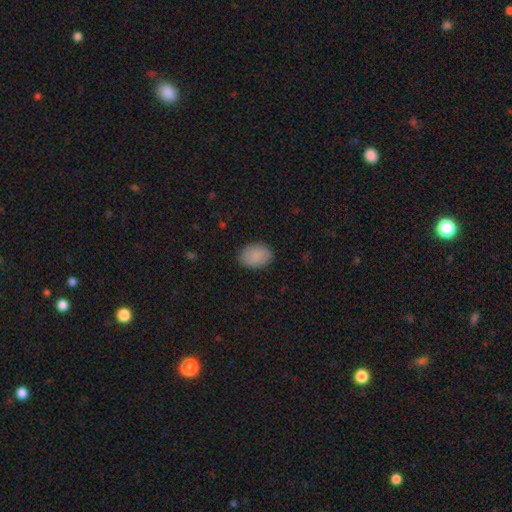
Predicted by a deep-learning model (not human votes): Smooth or featured? Predicted: smooth (p=0.83). How rounded? Predicted: in between (p=0.73). Merging? Predicted: none (p=0.82).